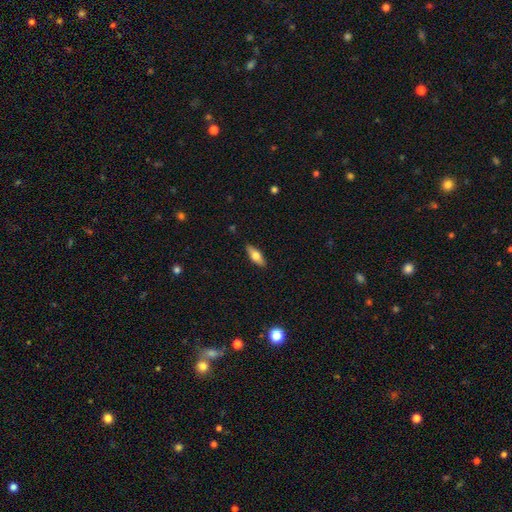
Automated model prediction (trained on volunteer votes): A smooth galaxy with no disk features (62%) that is in between round and cigar-shaped (65%). Merging: none (87%).